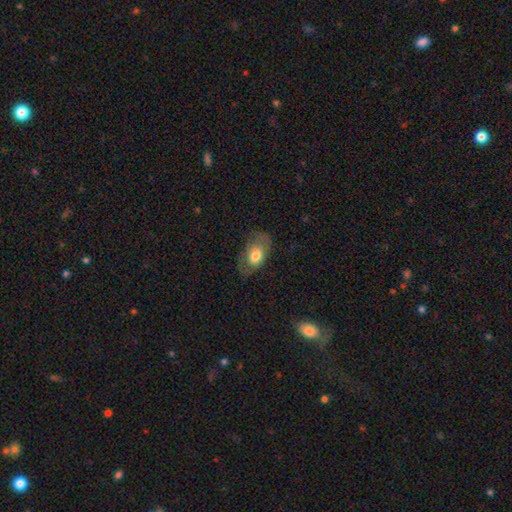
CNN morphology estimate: This appears to be a smooth galaxy with no disk features (63%) that is in between round and cigar-shaped (88%). Merging: none (61%).